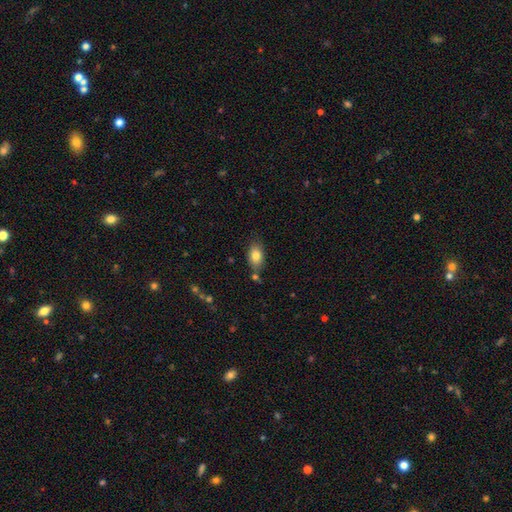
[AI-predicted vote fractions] The model was most divided on "merging": none: 69%, minor disturbance: 18%, merger: 8%, major disturbance: 4%. More confident: how rounded — in between (87%); smooth or featured — smooth (82%).